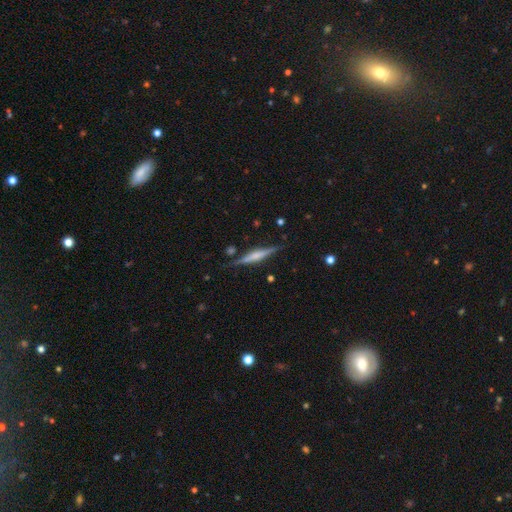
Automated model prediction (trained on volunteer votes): A featured or disk galaxy (66%) viewed edge-on (97%) with a rounded central bulge (59%). Merging: none (84%).